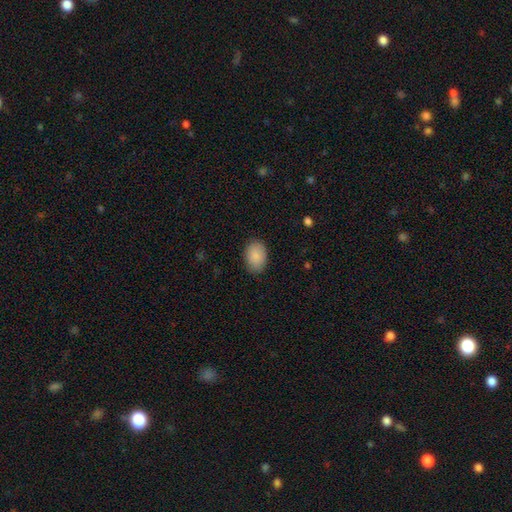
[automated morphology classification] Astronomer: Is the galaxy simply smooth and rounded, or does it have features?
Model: smooth — 88%.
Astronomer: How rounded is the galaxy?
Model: in between — 82%.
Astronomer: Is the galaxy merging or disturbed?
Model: none — 84%.